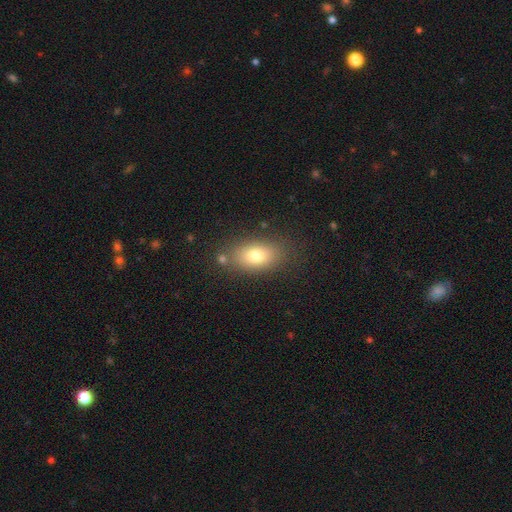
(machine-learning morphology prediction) This is likely a smooth galaxy (77%). How rounded: clearly in between (86%). Merging: likely none (77%).